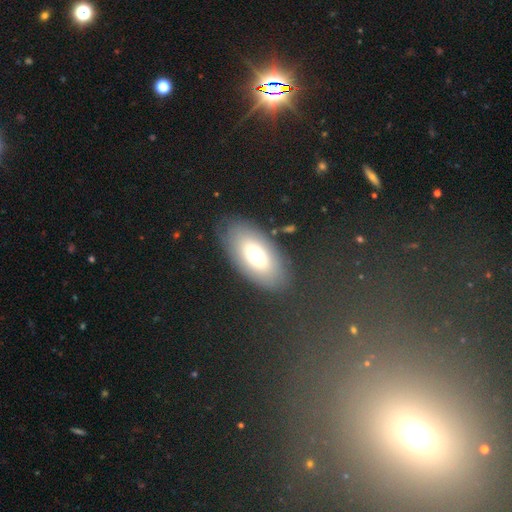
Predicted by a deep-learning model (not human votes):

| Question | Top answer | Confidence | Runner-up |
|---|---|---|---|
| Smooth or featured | smooth | 62% | featured or disk (29%) |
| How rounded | in between | 92% | cigar-shaped (5%) |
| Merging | none | 84% | minor disturbance (11%) |